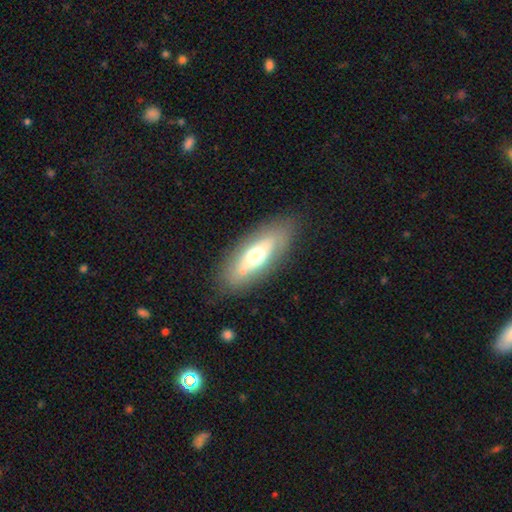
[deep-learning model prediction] smooth_or_featured: smooth (p=0.50) [alt: featured or disk p=0.42]
how_rounded: in between (p=0.73) [alt: cigar-shaped p=0.22]
merging: none (p=0.82) [alt: minor disturbance p=0.12]